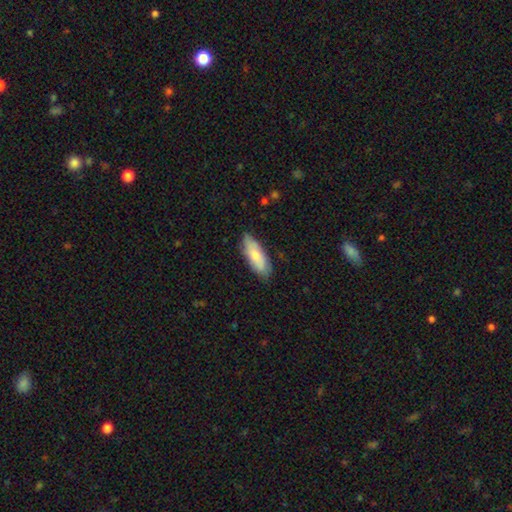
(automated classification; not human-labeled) Smooth or featured? Predicted: smooth (p=0.72). How rounded? Predicted: in between (p=0.69). Merging? Predicted: none (p=0.75).